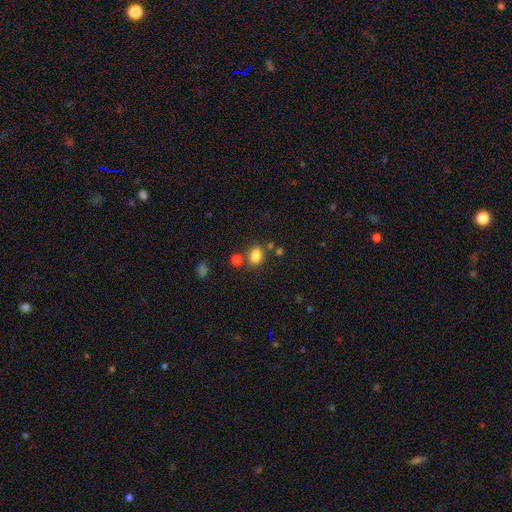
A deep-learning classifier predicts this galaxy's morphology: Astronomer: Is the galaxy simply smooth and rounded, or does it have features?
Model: smooth — 83%.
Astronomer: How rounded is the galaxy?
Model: round — 54% (runner-up: in between, 45%).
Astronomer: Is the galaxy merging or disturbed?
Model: none — 72%.